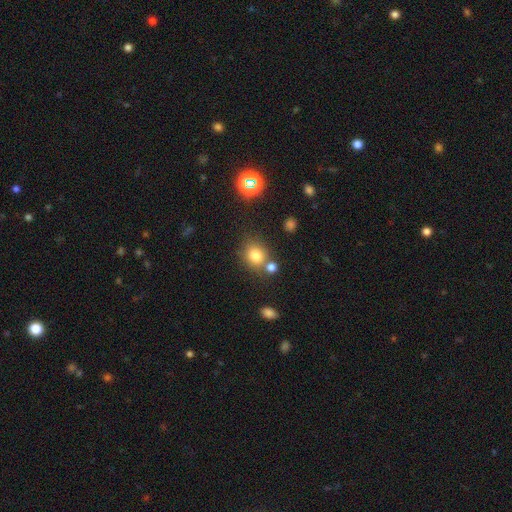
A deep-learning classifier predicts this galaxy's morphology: smooth 78%, star or artifact 15%, featured or disk 8%. Down the decision tree: how rounded — round (75%); merging — none (66%).